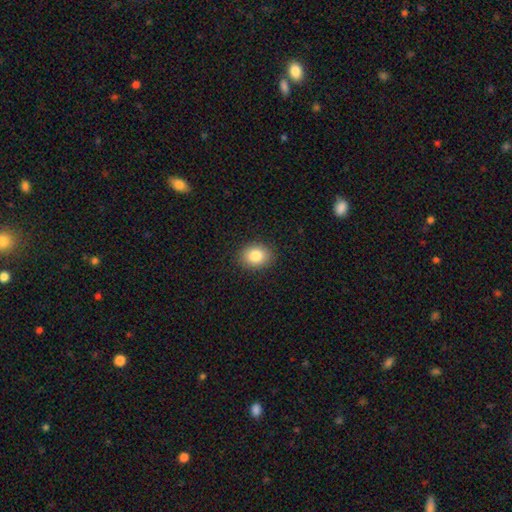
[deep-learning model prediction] smooth_or_featured: smooth (p=0.84) [alt: star or artifact p=0.09]
how_rounded: in between (p=0.54) [alt: round p=0.45]
merging: none (p=0.90) [alt: minor disturbance p=0.07]